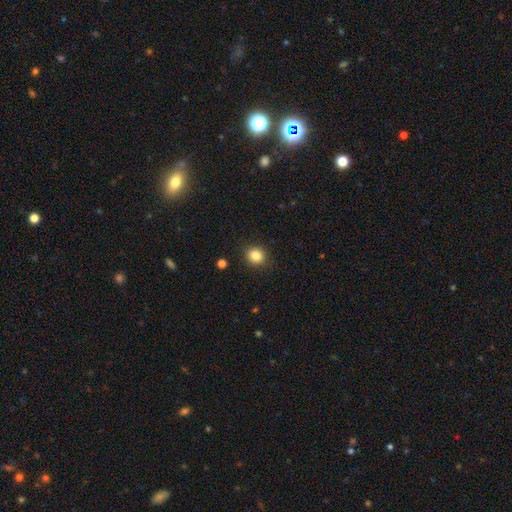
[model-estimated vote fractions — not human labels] The model was most divided on "how rounded": round: 81%, in between: 18%, cigar-shaped: 1%. More confident: merging — none (89%); smooth or featured — smooth (84%).